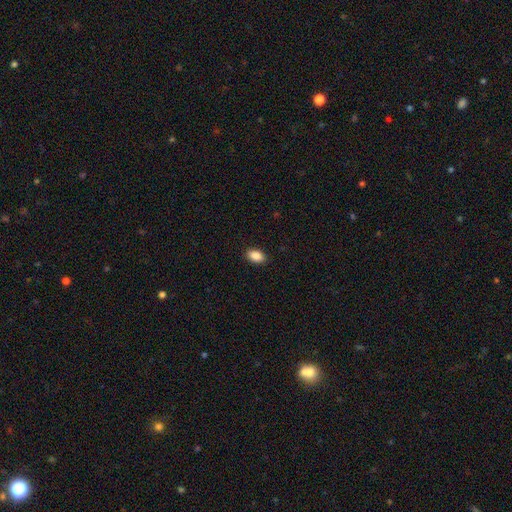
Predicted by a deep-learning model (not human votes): A smooth galaxy with no disk features (89%) that is in between round and cigar-shaped (91%).

Vote fractions:
- Smooth or featured? smooth: 89% / star or artifact: 8% / featured or disk: 3%
- How rounded? in between: 91% / round: 8% / cigar-shaped: 2%
- Merging? none: 90% / minor disturbance: 7% / major disturbance: 2% / merger: 1%